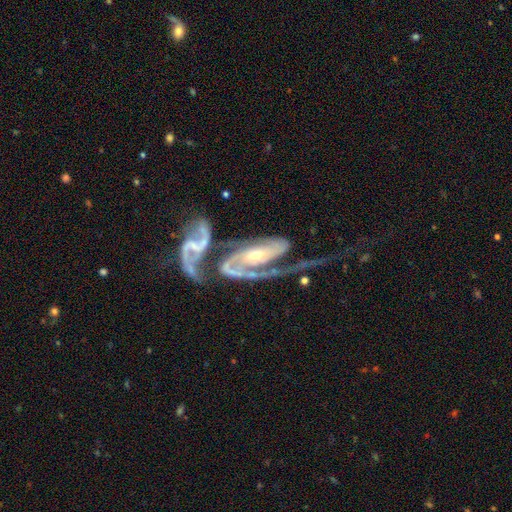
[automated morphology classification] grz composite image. It shows a featured or disk galaxy (89%) with no bar (50%), 2 (69%) medium (39%) spiral arms (94%) and a small central bulge (49%). Merging: merger (46%).